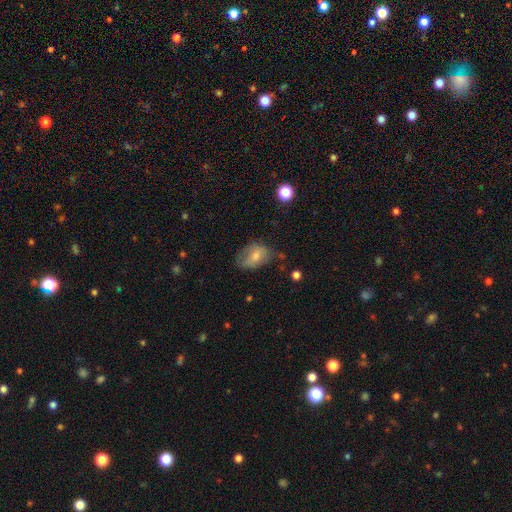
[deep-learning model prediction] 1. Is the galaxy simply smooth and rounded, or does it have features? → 67% smooth, 25% featured or disk, 8% star or artifact.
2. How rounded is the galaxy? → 81% in between, 17% round, 2% cigar-shaped.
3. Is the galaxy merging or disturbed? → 47% none, 34% minor disturbance, 16% major disturbance, 3% merger.